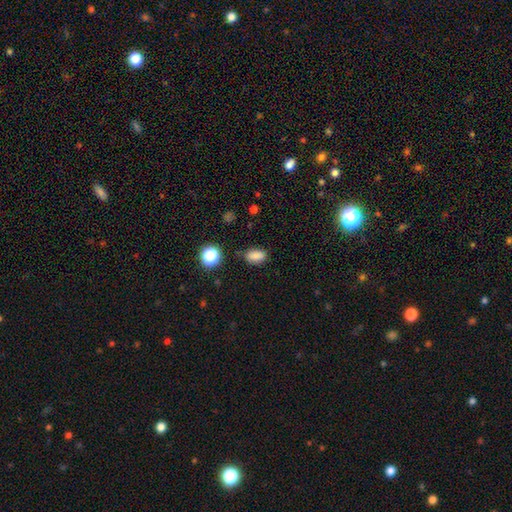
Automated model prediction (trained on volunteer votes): Smooth or featured? Predicted: smooth (p=0.82). How rounded? Predicted: in between (p=0.85). Merging? Predicted: none (p=0.74).